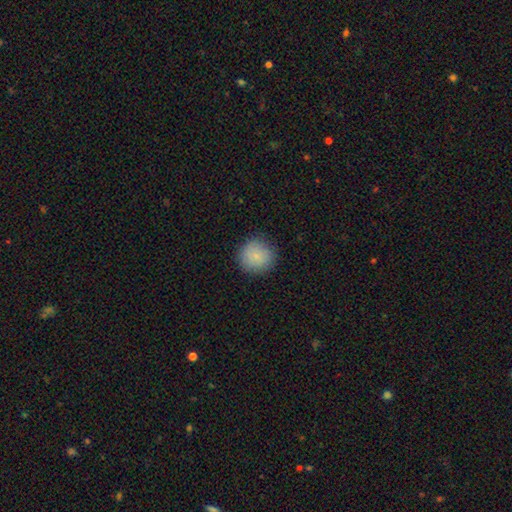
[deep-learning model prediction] smooth-or-featured: smooth: 84% | star or artifact: 8% | featured or disk: 7%
  how-rounded: round: 91% | in between: 8% | cigar-shaped: 1%
  merging: none: 86% | minor disturbance: 10% | major disturbance: 3% | merger: 1%